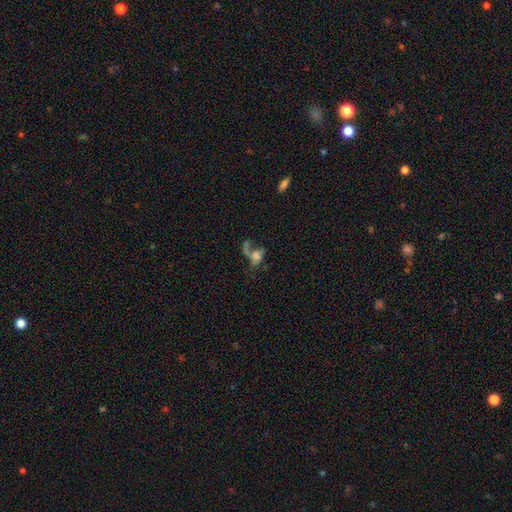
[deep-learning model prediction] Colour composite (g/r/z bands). It shows a featured or disk galaxy (43%). Merging: major disturbance (36%).